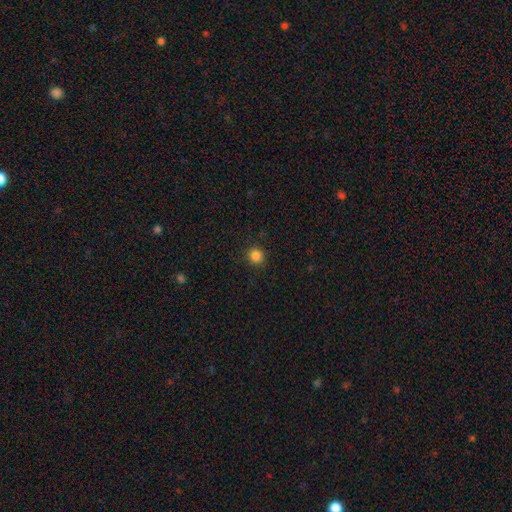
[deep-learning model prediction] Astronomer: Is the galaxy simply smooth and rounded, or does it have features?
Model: smooth — 85%.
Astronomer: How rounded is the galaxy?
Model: round — 91%.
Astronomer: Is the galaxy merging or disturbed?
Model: none — 90%.